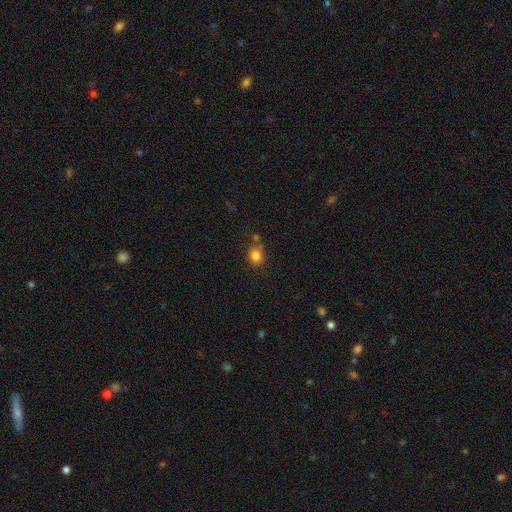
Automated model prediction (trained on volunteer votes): Smooth or featured: smooth — 82% (star or artifact — 12%)
How rounded: round — 71% (in between — 29%)
Merging: none — 70% (minor disturbance — 14%)